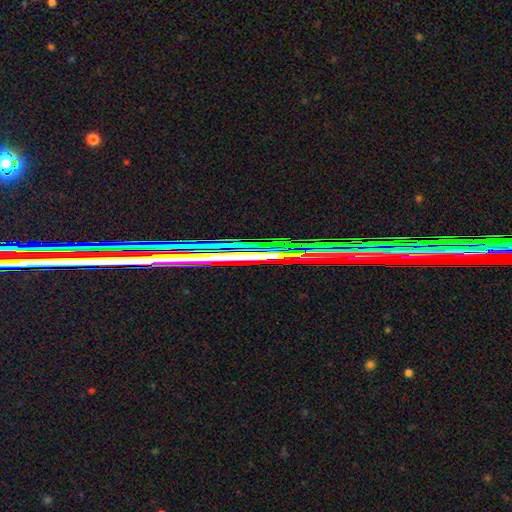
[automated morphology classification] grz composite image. It shows a star or artifact, not a galaxy (75%).